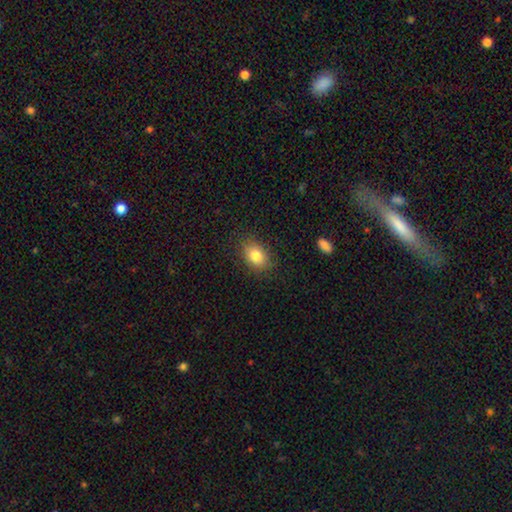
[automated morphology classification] type=smooth (82%); roundness=in between (75%); merging=none (84%).